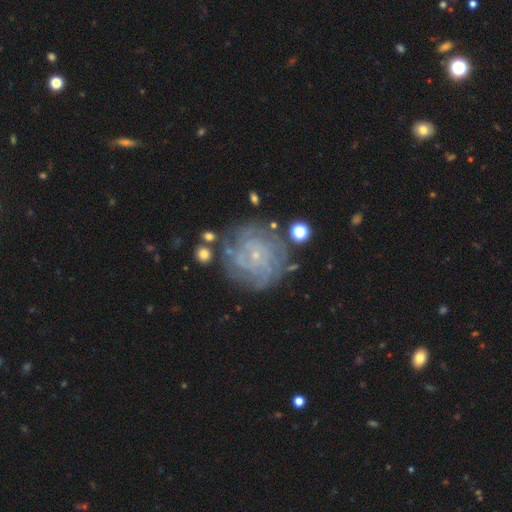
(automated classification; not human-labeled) A featured or disk galaxy (80%) with no bar (77%), tight (76%) spiral arms (92%) and a small central bulge (88%). Merging: none (72%).